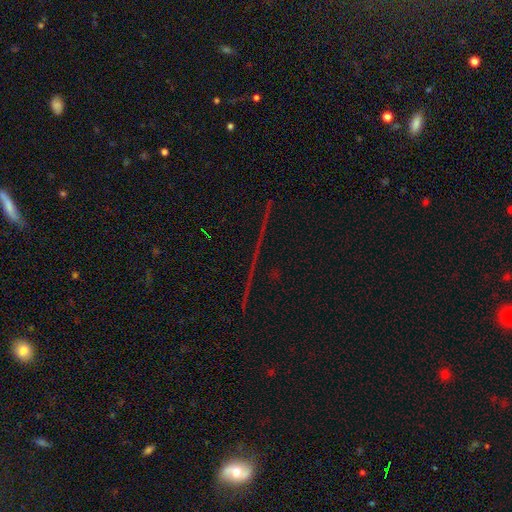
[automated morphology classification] smooth-or-featured: star or artifact: 74% | featured or disk: 15% | smooth: 11%